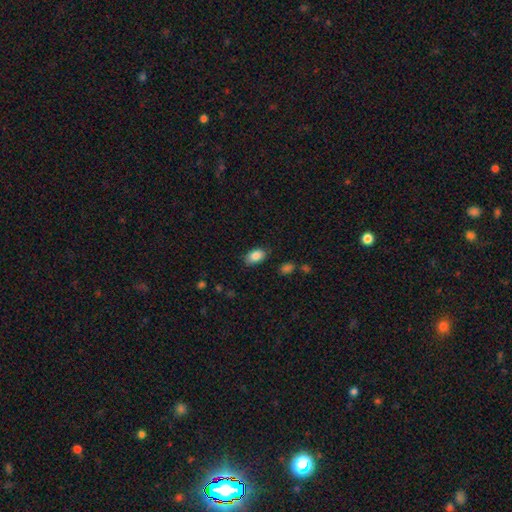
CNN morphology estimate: type=smooth (86%); roundness=in between (90%); merging=none (82%).